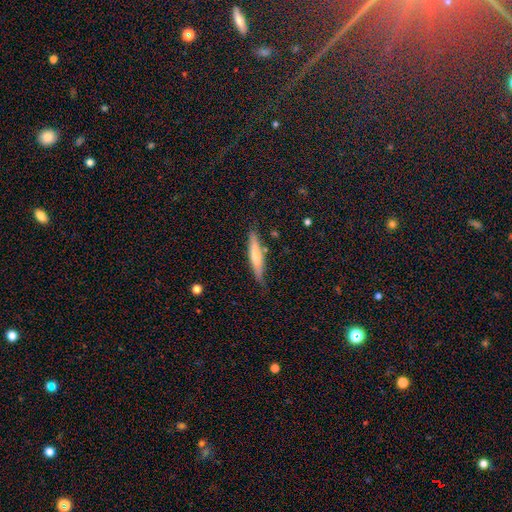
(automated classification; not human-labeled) Smooth or featured? smooth (52%)
How rounded? cigar-shaped (88%)
Merging? none (80%)